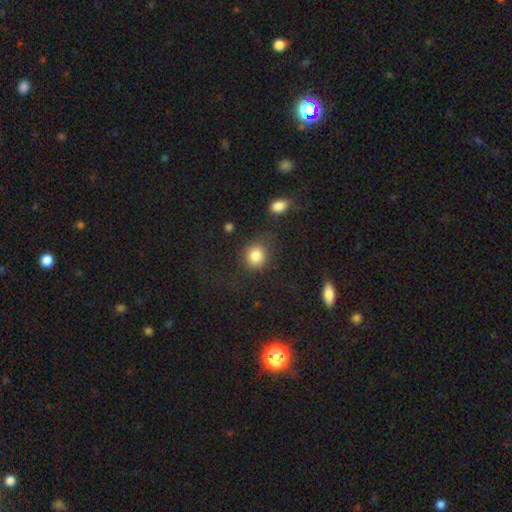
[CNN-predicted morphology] A smooth galaxy with no disk features (84%) that is round (76%). Merging: none (70%).